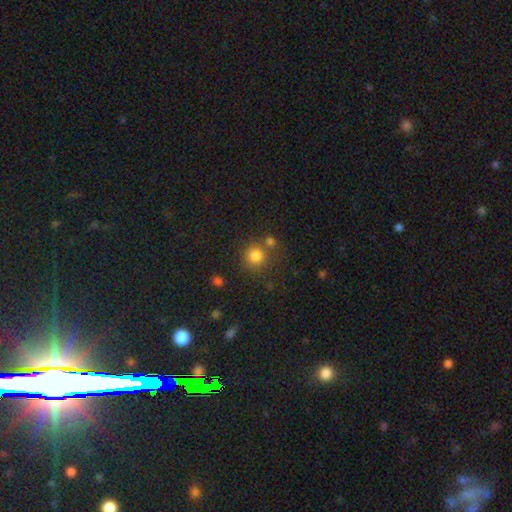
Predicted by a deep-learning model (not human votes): A smooth galaxy with no disk features (80%) that is round (92%). Merging: none (72%).